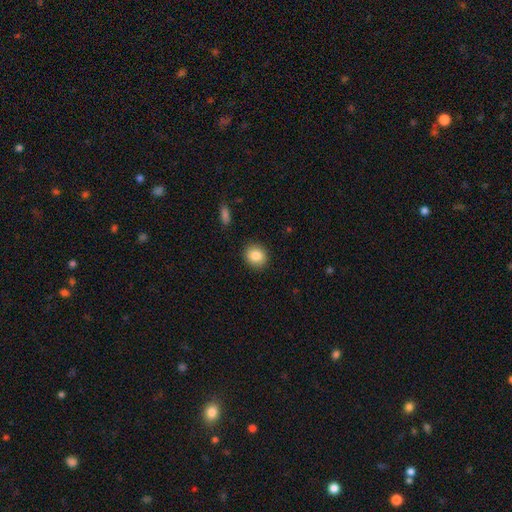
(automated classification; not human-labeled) Smooth or featured? Predicted: smooth (p=0.85). How rounded? Predicted: round (p=0.71). Merging? Predicted: none (p=0.90).